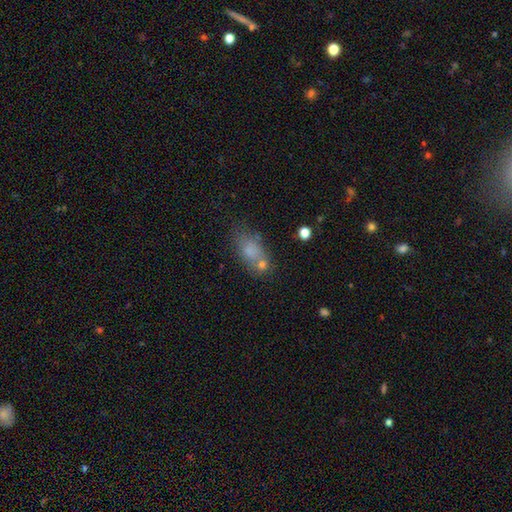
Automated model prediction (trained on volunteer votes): Smooth or featured: smooth — 66% (star or artifact — 18%)
How rounded: in between — 70% (round — 21%)
Merging: none — 57% (merger — 20%)